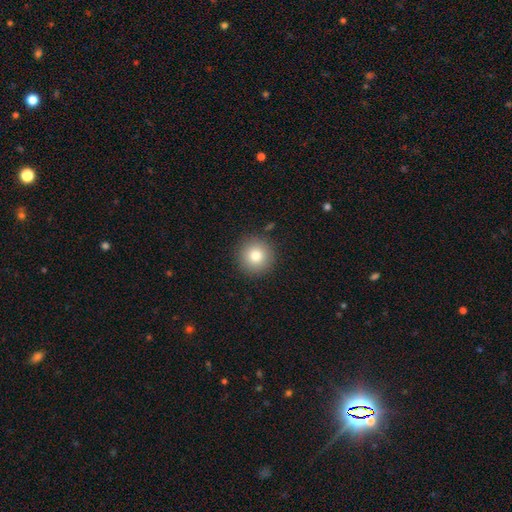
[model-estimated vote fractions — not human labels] smooth 80%, star or artifact 11%, featured or disk 9%. Down the decision tree: how rounded — round (95%); merging — none (90%).